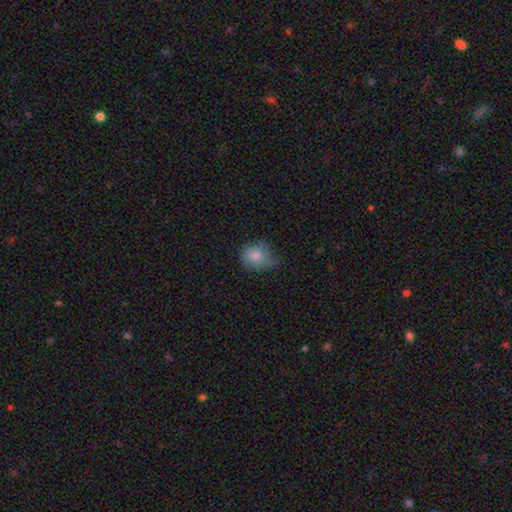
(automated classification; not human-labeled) smooth 83%, featured or disk 9%, star or artifact 8%. Down the decision tree: how rounded — round (54%); merging — none (45%).